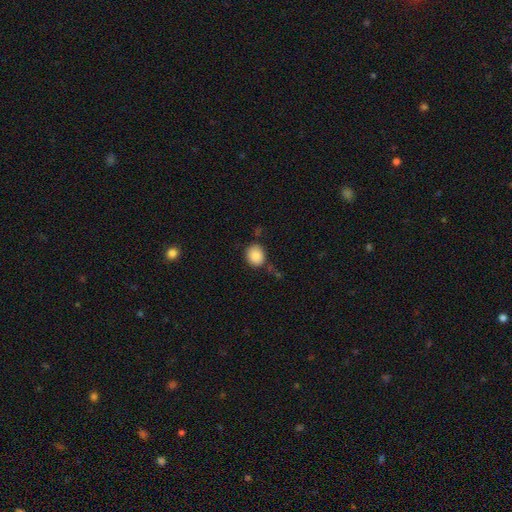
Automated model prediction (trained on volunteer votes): smooth-or-featured: smooth: 87% | star or artifact: 8% | featured or disk: 4%
  how-rounded: round: 68% | in between: 31% | cigar-shaped: 1%
  merging: none: 75% | minor disturbance: 16% | merger: 5% | major disturbance: 4%